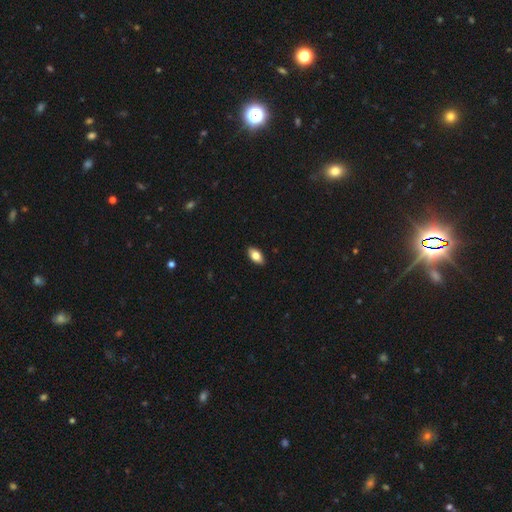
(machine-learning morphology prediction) Smooth or featured?
  - smooth: 79% *
  - featured or disk: 14%
  - star or artifact: 7%
How rounded?
  - in between: 91% *
  - cigar-shaped: 5%
  - round: 4%
Merging?
  - none: 90% *
  - minor disturbance: 7%
  - major disturbance: 2%
  - merger: 1%